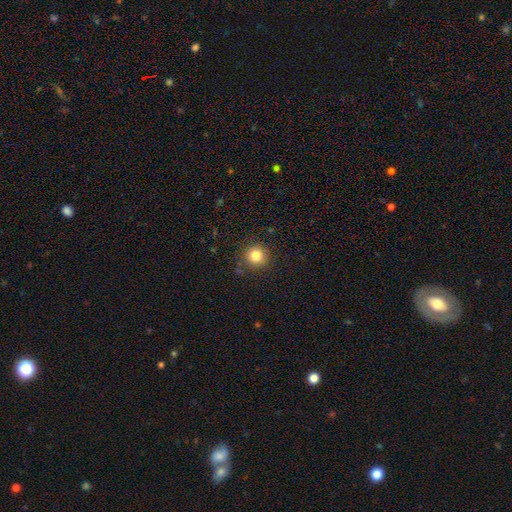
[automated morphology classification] This appears to be a smooth galaxy with no disk features (83%) that is round (93%). Merging: none (86%).